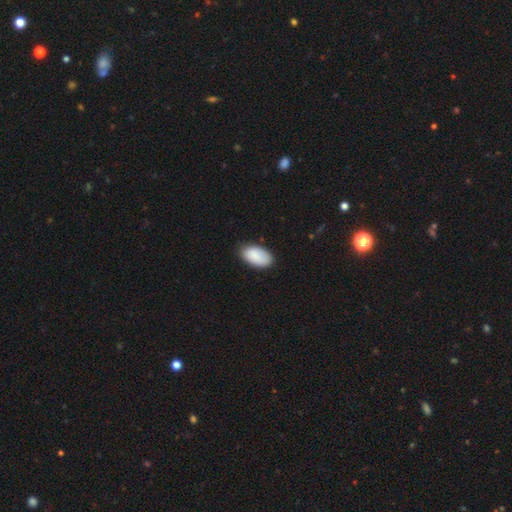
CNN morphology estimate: smooth 89%, star or artifact 6%, featured or disk 6%. Down the decision tree: how rounded — in between (95%); merging — none (80%).